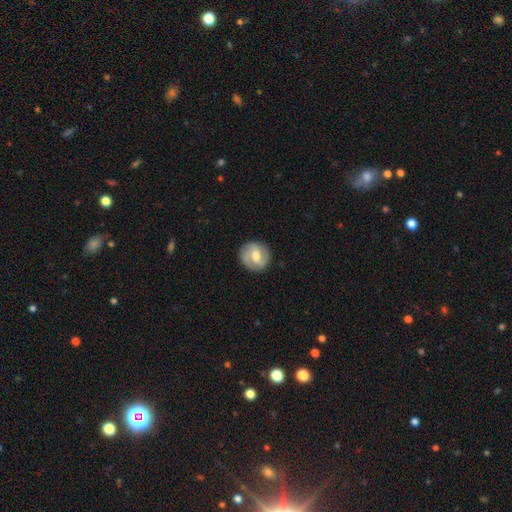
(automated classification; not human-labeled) Smooth or featured? Predicted: featured or disk (p=0.55). Edge-on disk? Predicted: no (p=0.96). Bar? Predicted: weak (p=0.51). Spiral arms? Predicted: yes (p=0.73). Bulge size? Predicted: moderate (p=0.71). Merging? Predicted: none (p=0.86).